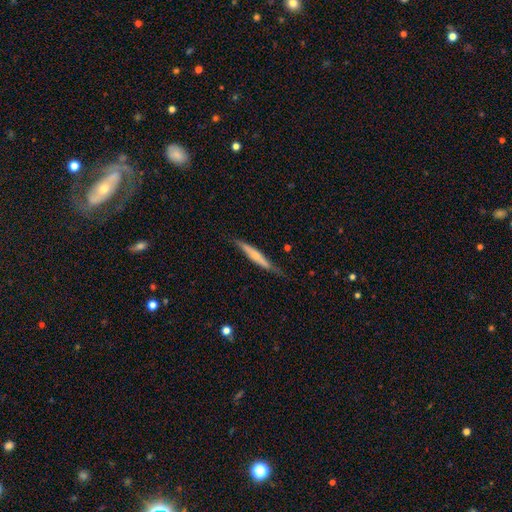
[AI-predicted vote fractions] Q: Smooth or featured?
A: featured or disk (50%); runner-up: smooth (45%)
Q: Merging?
A: none (73%); runner-up: minor disturbance (21%)